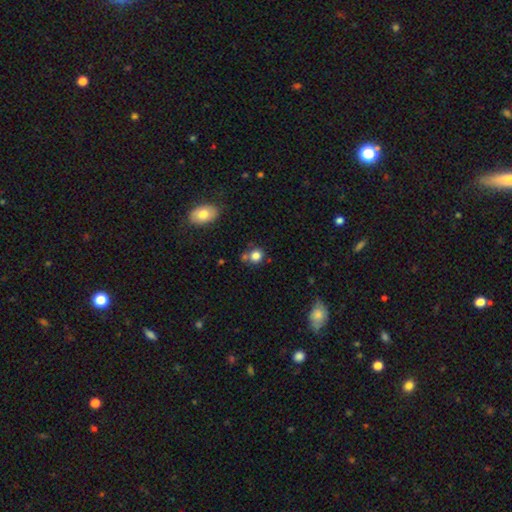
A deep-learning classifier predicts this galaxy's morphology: smooth_or_featured: smooth (p=0.81) [alt: star or artifact p=0.12]
how_rounded: round (p=0.85) [alt: in between p=0.14]
merging: none (p=0.64) [alt: merger p=0.19]